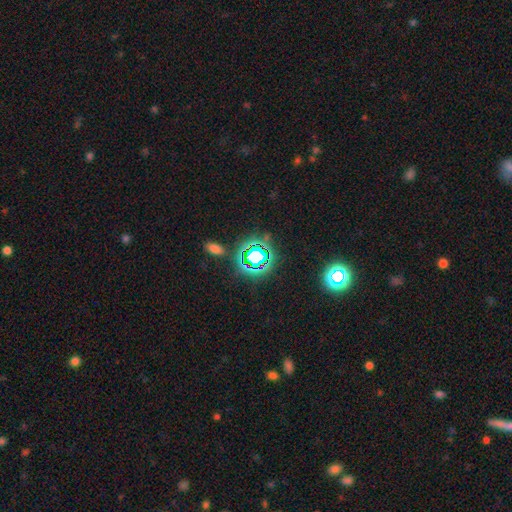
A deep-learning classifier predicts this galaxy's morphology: The model was most divided on "smooth or featured": star or artifact: 71%, smooth: 19%, featured or disk: 10%.